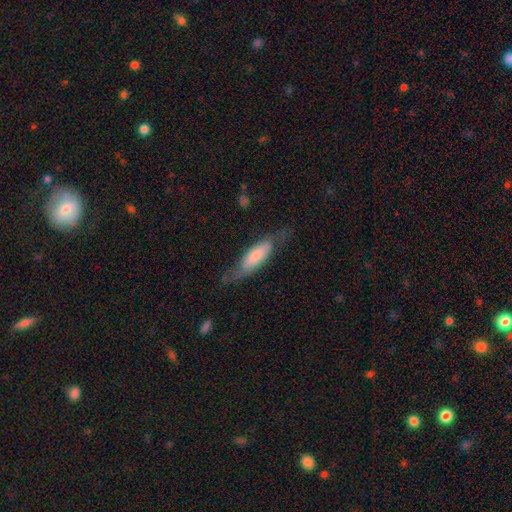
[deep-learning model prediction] smooth 62%, featured or disk 32%, star or artifact 6%. Down the decision tree: how rounded — cigar-shaped (52%); merging — none (61%).